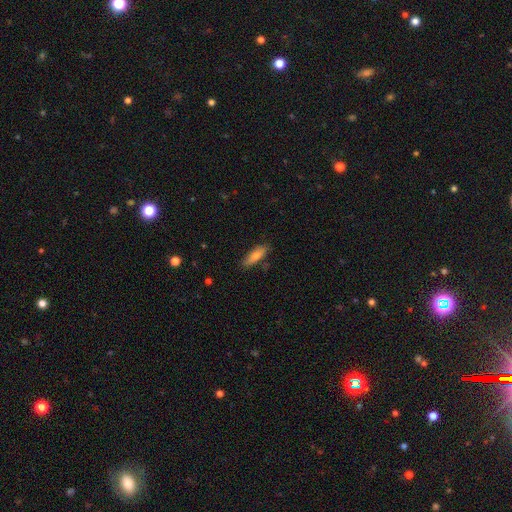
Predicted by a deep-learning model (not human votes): Overall: smooth (68%). How rounded: cigar-shaped (62%; in between 36%). Merging: none (83%).